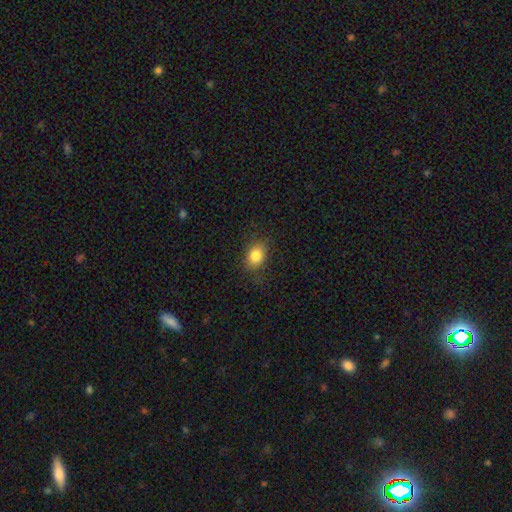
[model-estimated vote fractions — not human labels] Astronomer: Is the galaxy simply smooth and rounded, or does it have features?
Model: smooth — 83%.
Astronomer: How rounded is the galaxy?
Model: in between — 63%.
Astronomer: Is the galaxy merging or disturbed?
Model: none — 80%.